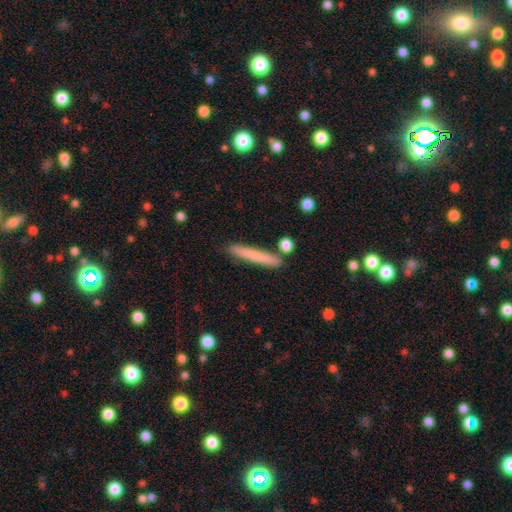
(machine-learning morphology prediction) smooth_or_featured: smooth (p=0.73) [alt: featured or disk p=0.21]
how_rounded: cigar-shaped (p=0.96) [alt: in between p=0.03]
merging: none (p=0.87) [alt: minor disturbance p=0.08]